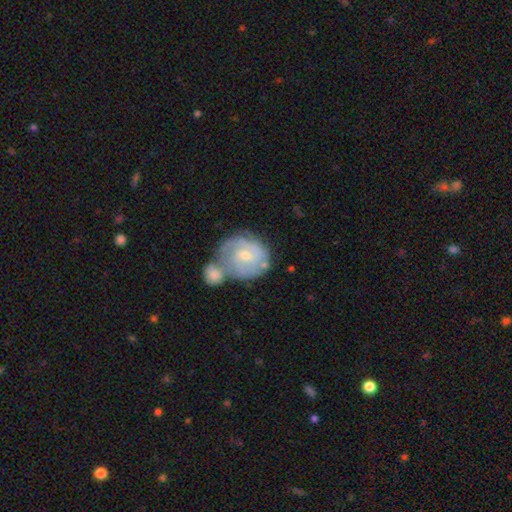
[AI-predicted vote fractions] Q: Smooth or featured?
A: featured or disk (64%); runner-up: smooth (30%)
Q: Edge-on disk?
A: no (97%); runner-up: yes (3%)
Q: Bar?
A: no (57%); runner-up: weak (37%)
Q: Spiral arms?
A: yes (76%); runner-up: no (24%)
Q: Bulge size?
A: small (56%); runner-up: moderate (40%)
Q: Merging?
A: merger (49%); runner-up: none (29%)